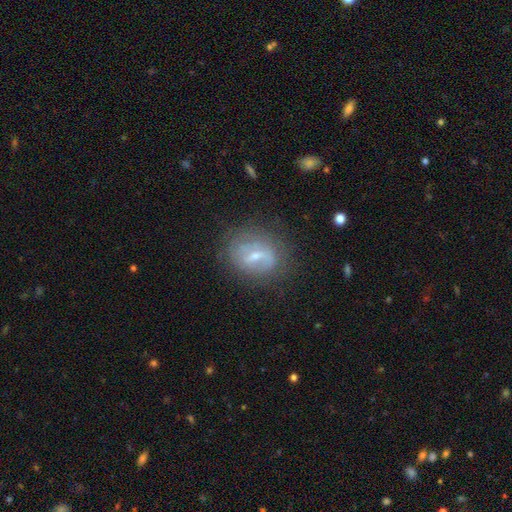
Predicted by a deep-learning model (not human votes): smooth-or-featured: featured or disk: 65% | smooth: 26% | star or artifact: 9%
  disk-edge-on: no: 91% | yes: 9%
    bar: weak: 44% | strong: 40% | no: 16%
    has-spiral-arms: yes: 52% | no: 48%
    bulge-size: small: 58% | moderate: 35% | none: 4% | large: 2% | dominant: 1%
  merging: none: 72% | minor disturbance: 18% | major disturbance: 9% | merger: 2%